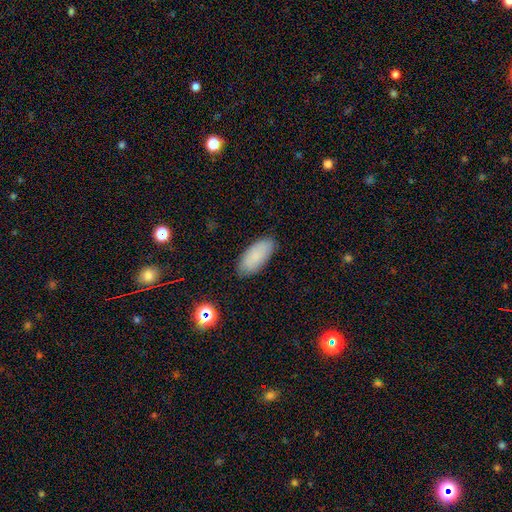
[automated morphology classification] Smooth or featured: smooth — 84% (featured or disk — 8%)
How rounded: in between — 89% (cigar-shaped — 9%)
Merging: none — 85% (minor disturbance — 12%)